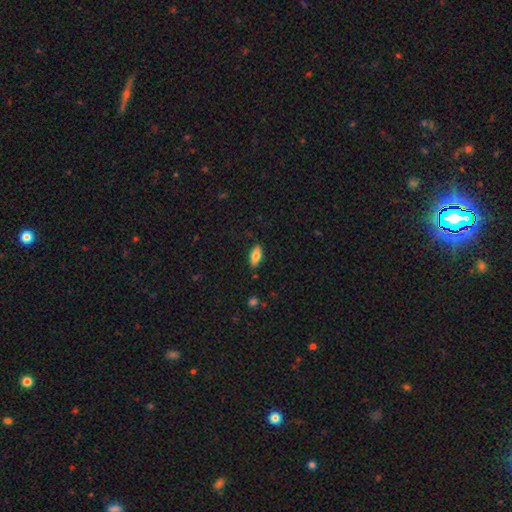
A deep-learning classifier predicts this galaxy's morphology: Smooth or featured?
  - smooth: 75% *
  - featured or disk: 18%
  - star or artifact: 7%
How rounded?
  - in between: 79% *
  - cigar-shaped: 19%
  - round: 2%
Merging?
  - none: 86% *
  - minor disturbance: 11%
  - major disturbance: 2%
  - merger: 1%